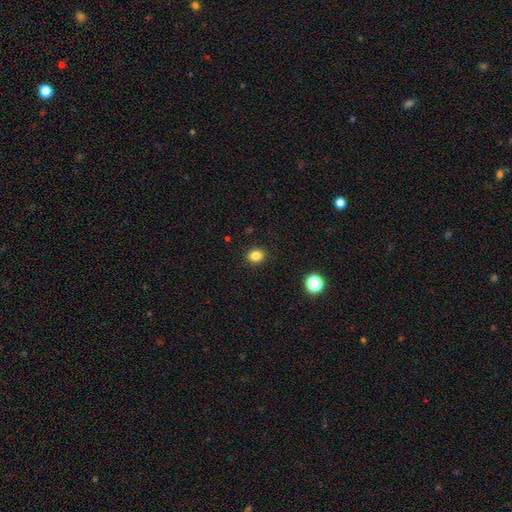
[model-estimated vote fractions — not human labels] Smooth or featured? smooth (83%)
How rounded? round (65%)
Merging? none (91%)